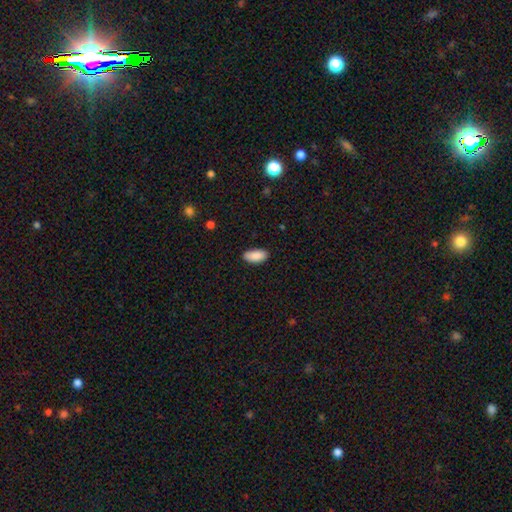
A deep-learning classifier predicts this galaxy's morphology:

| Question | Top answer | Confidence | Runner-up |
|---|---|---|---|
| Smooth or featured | smooth | 89% | star or artifact (6%) |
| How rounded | in between | 91% | cigar-shaped (7%) |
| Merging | none | 84% | minor disturbance (13%) |